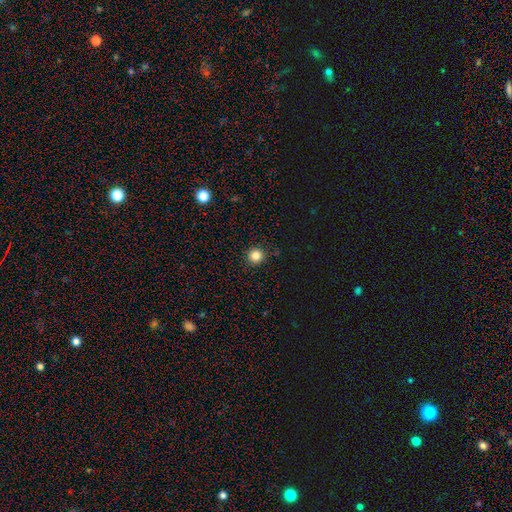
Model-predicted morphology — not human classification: Smooth or featured?
  - smooth: 83% *
  - star or artifact: 12%
  - featured or disk: 4%
How rounded?
  - round: 95% *
  - in between: 4%
  - cigar-shaped: 1%
Merging?
  - none: 92% *
  - minor disturbance: 6%
  - major disturbance: 2%
  - merger: 1%